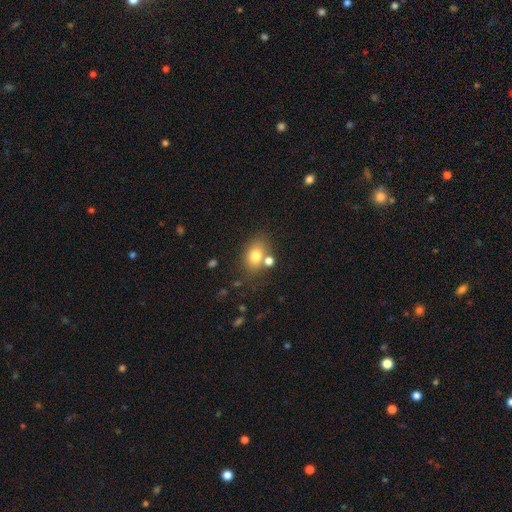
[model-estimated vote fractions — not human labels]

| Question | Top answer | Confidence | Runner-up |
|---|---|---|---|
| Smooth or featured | smooth | 76% | featured or disk (12%) |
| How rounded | in between | 66% | round (33%) |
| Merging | none | 65% | merger (17%) |